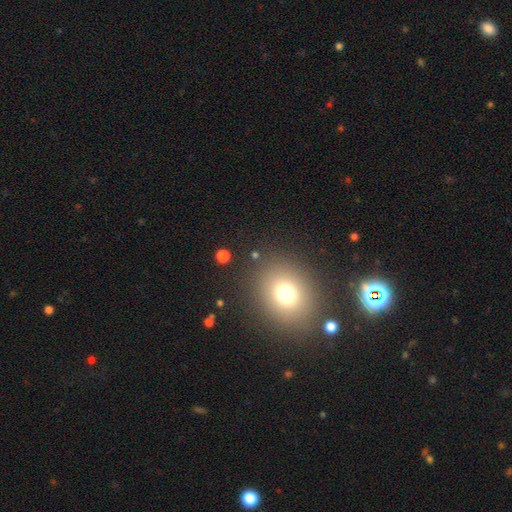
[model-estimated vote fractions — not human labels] Morphology: type=smooth (67%); roundness=round (64%); merging=none (84%).